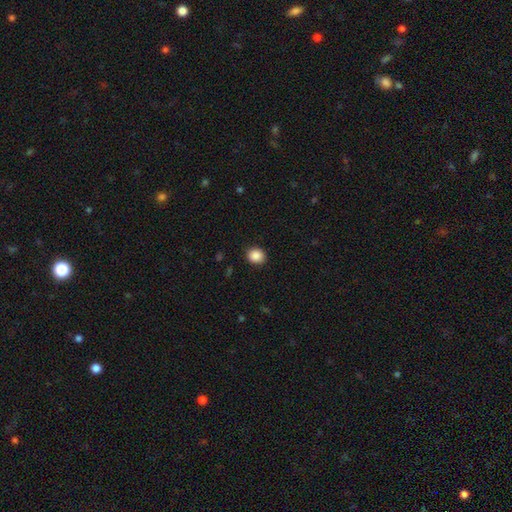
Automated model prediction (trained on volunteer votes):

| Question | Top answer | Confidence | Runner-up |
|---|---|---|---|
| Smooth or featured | smooth | 88% | star or artifact (9%) |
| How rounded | round | 76% | in between (23%) |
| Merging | none | 91% | minor disturbance (6%) |